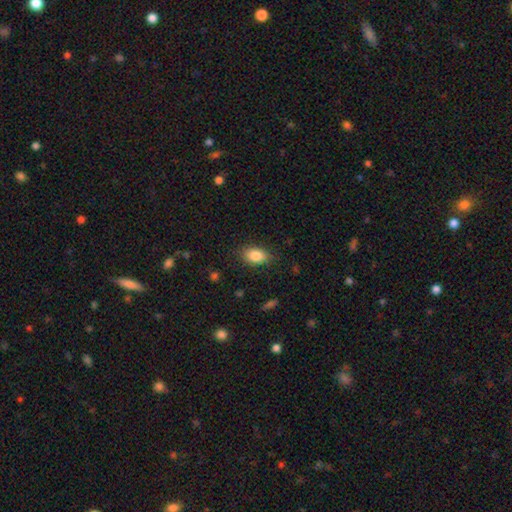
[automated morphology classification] The model was most divided on "merging": none: 82%, minor disturbance: 14%, major disturbance: 3%, merger: 1%. More confident: how rounded — in between (87%); smooth or featured — smooth (85%).